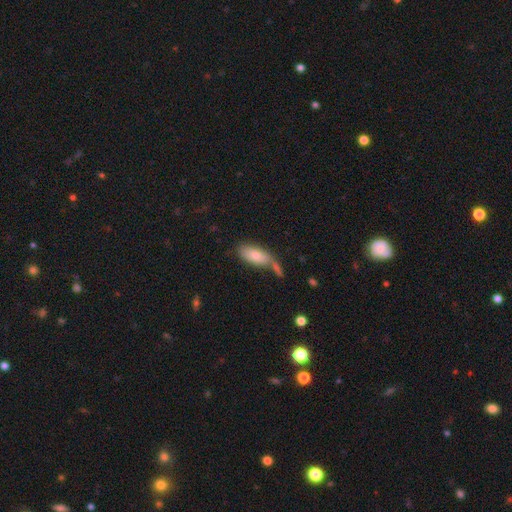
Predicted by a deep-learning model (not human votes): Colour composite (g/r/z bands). It shows a smooth galaxy with no disk features (77%) that is in between round and cigar-shaped (87%). Merging: none (45%).